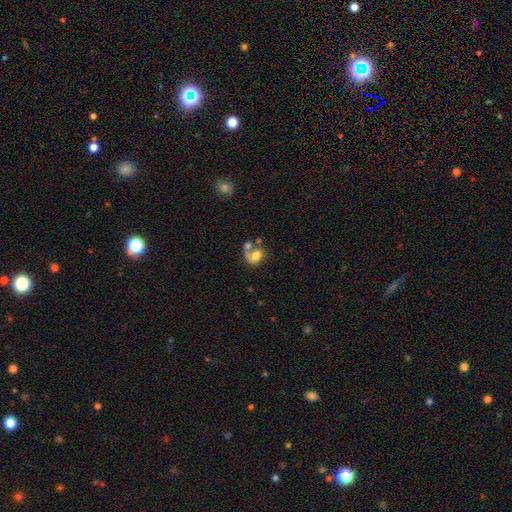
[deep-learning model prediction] This is possibly a smooth galaxy (56%). How rounded: possibly in between (56%). Merging: possibly merger (46%).